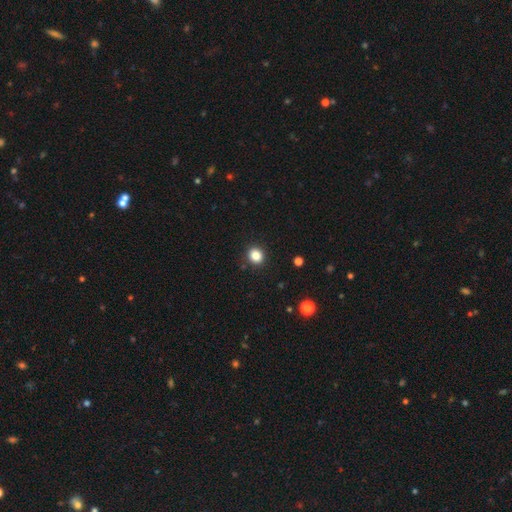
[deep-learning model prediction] smooth-or-featured: smooth: 85% | star or artifact: 11% | featured or disk: 4%
  how-rounded: round: 82% | in between: 17% | cigar-shaped: 1%
  merging: none: 91% | minor disturbance: 6% | major disturbance: 2% | merger: 1%